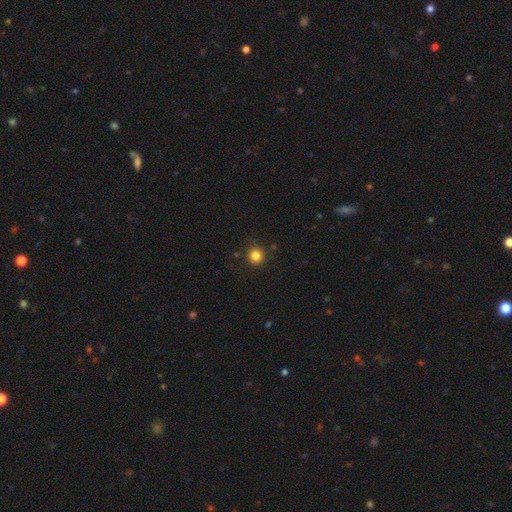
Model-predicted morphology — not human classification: smooth_or_featured: smooth (p=0.83) [alt: star or artifact p=0.13]
how_rounded: round (p=0.94) [alt: in between p=0.05]
merging: none (p=0.86) [alt: minor disturbance p=0.09]